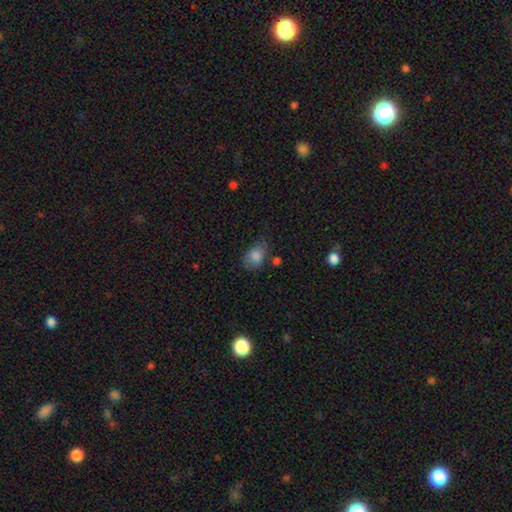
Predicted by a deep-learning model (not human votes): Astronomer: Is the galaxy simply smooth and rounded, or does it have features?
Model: smooth — 82%.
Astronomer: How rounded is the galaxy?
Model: in between — 71%.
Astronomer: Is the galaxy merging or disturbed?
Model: none — 51% (runner-up: minor disturbance, 32%).